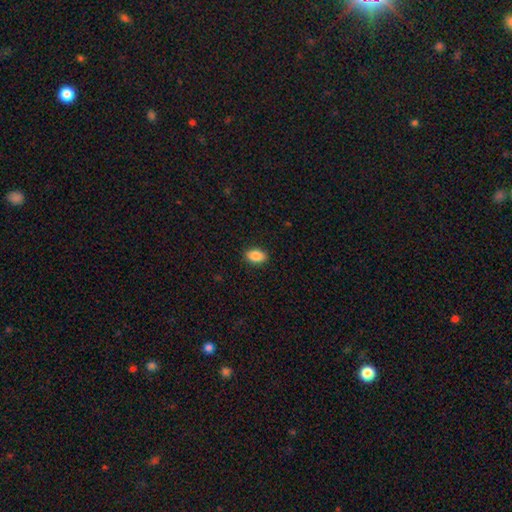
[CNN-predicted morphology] This is clearly a smooth galaxy (89%). How rounded: clearly in between (88%). Merging: clearly none (89%).